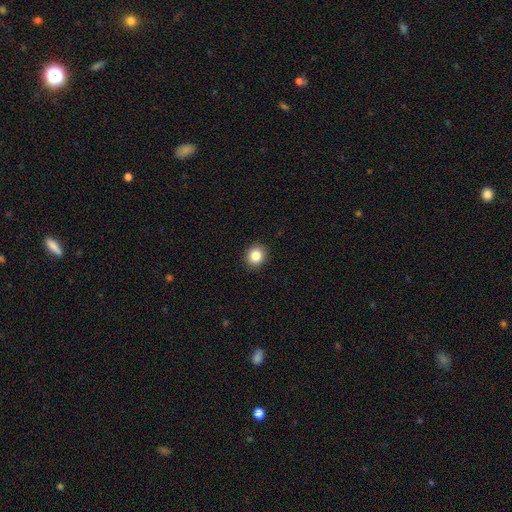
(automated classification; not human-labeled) This is clearly a smooth galaxy (85%). How rounded: clearly round (81%). Merging: clearly none (92%).